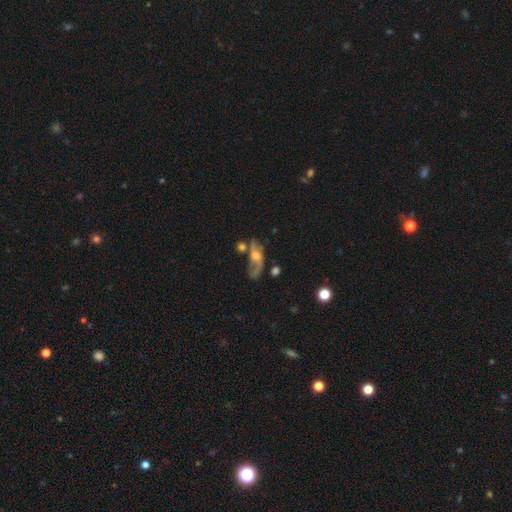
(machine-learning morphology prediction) A featured or disk galaxy (62%) with no bar (66%), spiral arms (70%) and a moderate central bulge (54%). Merging: none (40%).